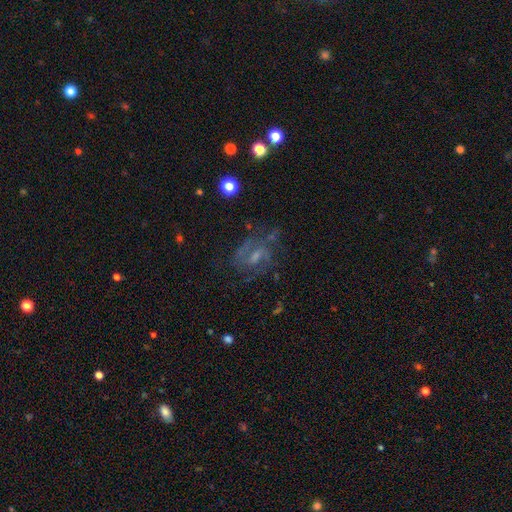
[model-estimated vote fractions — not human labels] Smooth or featured: featured or disk — 69% (star or artifact — 16%)
Edge-on disk: no — 96% (yes — 4%)
Bar: weak — 51% (no — 33%)
Spiral arms: yes — 85% (no — 15%)
Spiral winding: medium — 49% (tight — 30%)
Spiral arm count: 2 — 53% (can't tell — 26%)
Bulge size: small — 45% (moderate — 34%)
Merging: none — 61% (minor disturbance — 18%)